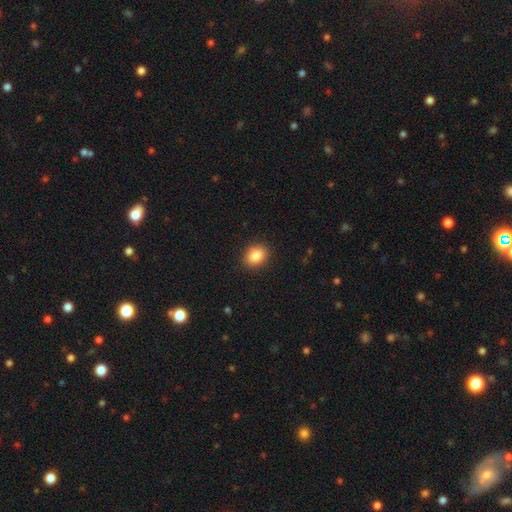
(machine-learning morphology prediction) type=smooth (85%); roundness=in between (61%); merging=none (90%).